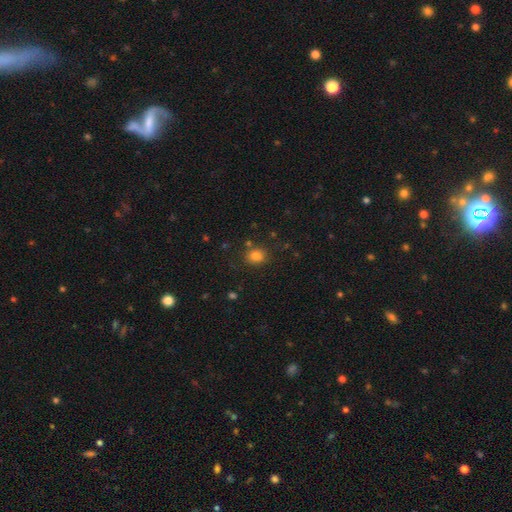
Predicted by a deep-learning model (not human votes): A smooth galaxy with no disk features (82%) that is round (68%). Merging: none (80%).